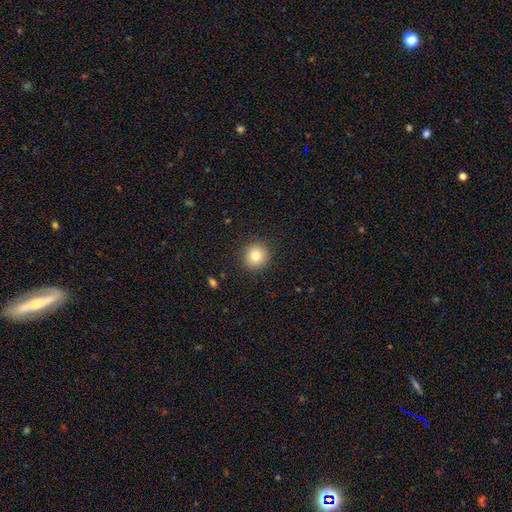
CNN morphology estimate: type=smooth (79%); roundness=round (93%); merging=none (89%).